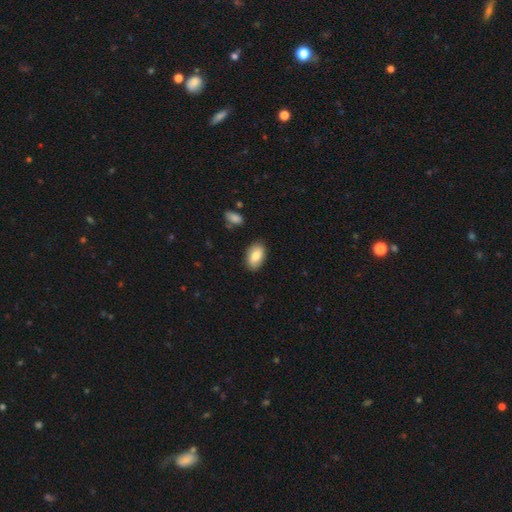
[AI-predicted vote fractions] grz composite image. It shows a smooth galaxy with no disk features (81%) that is in between round and cigar-shaped (93%). Merging: none (85%).